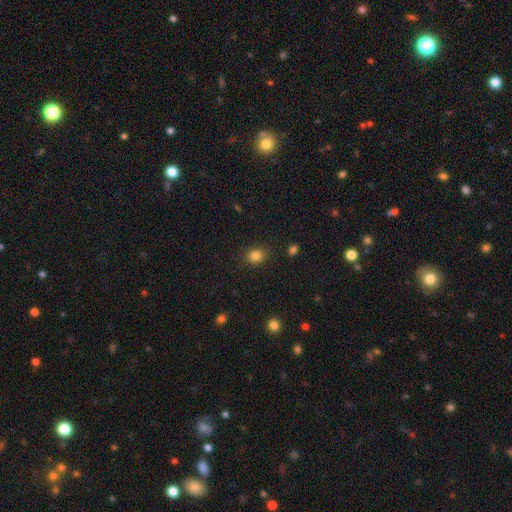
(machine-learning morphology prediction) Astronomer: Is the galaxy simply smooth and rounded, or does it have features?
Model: smooth — 84%.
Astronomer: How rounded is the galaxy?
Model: round — 54% (runner-up: in between, 45%).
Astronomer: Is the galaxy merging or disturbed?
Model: none — 85%.